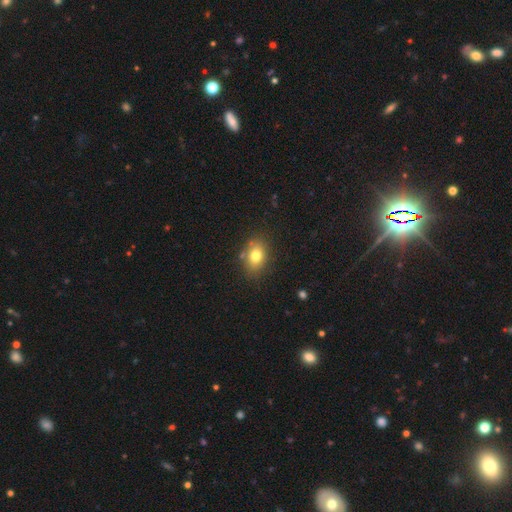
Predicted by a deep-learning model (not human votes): This appears to be a smooth galaxy with no disk features (78%) that is in between round and cigar-shaped (70%). Merging: none (79%).